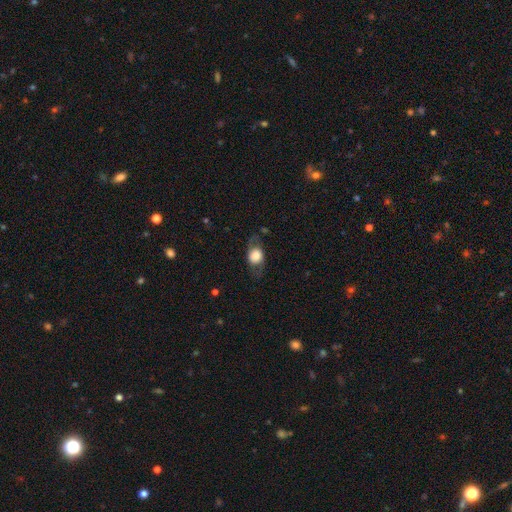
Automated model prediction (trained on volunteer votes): Morphology: type=smooth (58%); roundness=in between (50%); merging=none (68%).